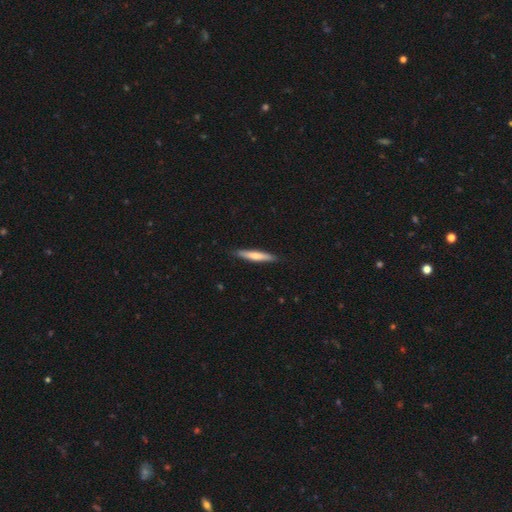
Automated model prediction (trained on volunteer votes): Morphology: type=smooth (62%); roundness=cigar-shaped (91%); merging=none (88%).